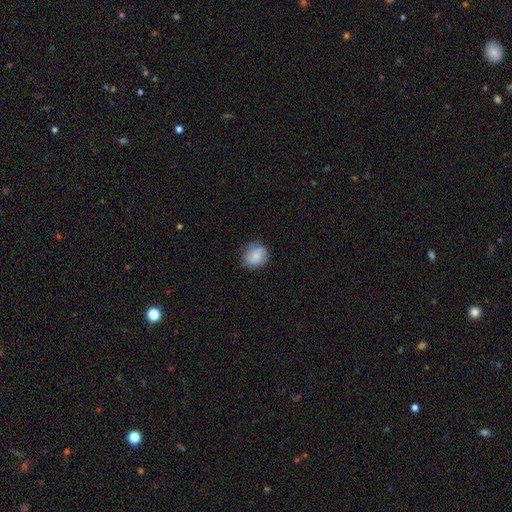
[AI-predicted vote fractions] Q: Smooth or featured?
A: smooth (70%); runner-up: featured or disk (22%)
Q: How rounded?
A: round (75%); runner-up: in between (24%)
Q: Merging?
A: none (79%); runner-up: minor disturbance (16%)